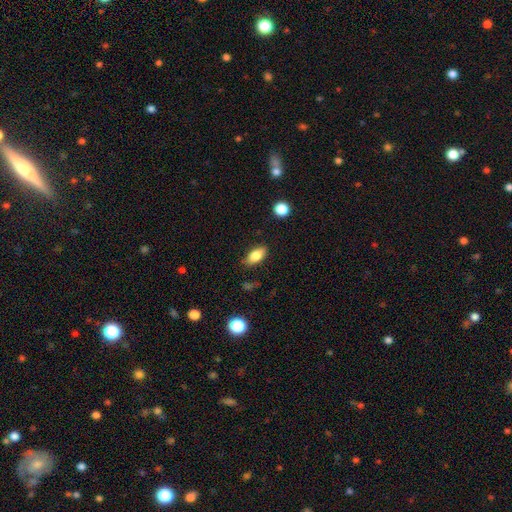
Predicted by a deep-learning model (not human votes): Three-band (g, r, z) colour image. It shows a smooth galaxy with no disk features (80%) that is in between round and cigar-shaped (86%). Merging: none (83%).